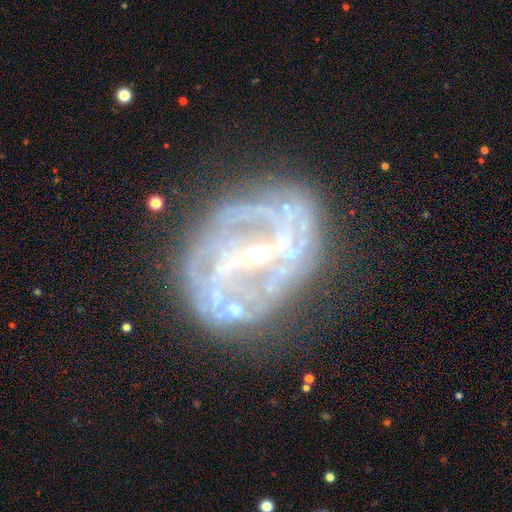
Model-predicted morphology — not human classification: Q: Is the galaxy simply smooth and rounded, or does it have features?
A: featured or disk — 83%.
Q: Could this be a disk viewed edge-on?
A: no — 96%.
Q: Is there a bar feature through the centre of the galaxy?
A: strong — 54%.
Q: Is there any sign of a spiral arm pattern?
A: yes — 75%.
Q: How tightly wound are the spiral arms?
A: tight — 43%.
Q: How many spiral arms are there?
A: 2 — 41%.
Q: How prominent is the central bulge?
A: small — 74%.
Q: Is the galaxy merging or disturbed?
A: none — 63%.